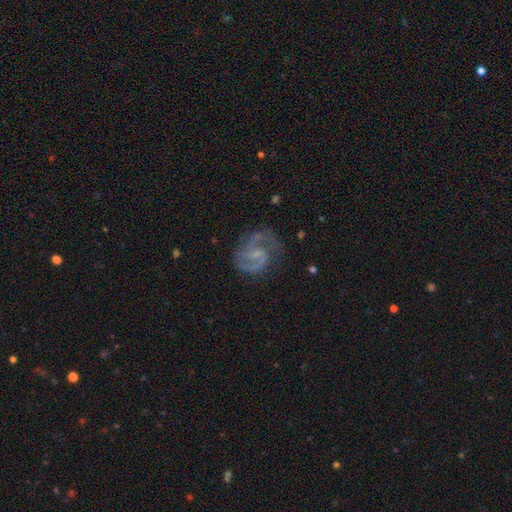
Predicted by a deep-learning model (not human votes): The model was most divided on "bar": weak: 52%, no: 35%, strong: 13%. More confident: edge-on disk — no (98%); spiral arms — yes (98%); spiral arm count — 2 (91%); smooth or featured — featured or disk (91%); merging — none (74%); spiral winding — medium (63%); bulge size — small (53%).